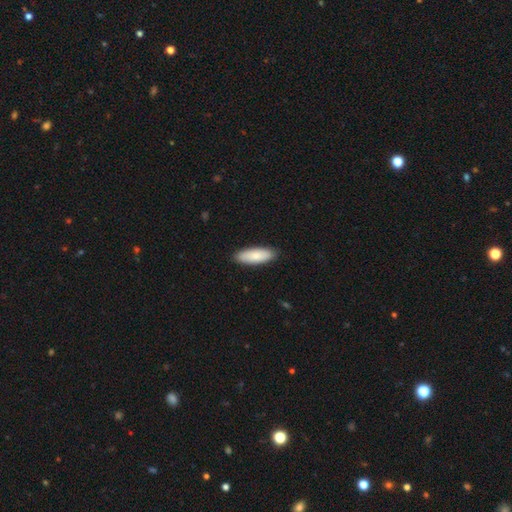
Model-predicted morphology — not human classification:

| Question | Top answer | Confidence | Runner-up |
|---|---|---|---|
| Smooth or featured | smooth | 83% | featured or disk (12%) |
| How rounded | in between | 65% | cigar-shaped (34%) |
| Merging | none | 89% | minor disturbance (9%) |